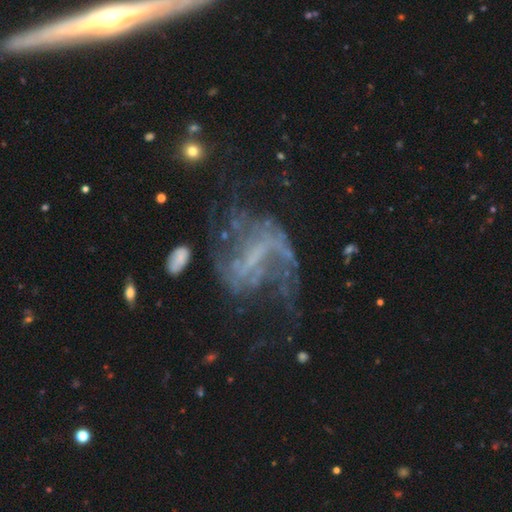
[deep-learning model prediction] Smooth or featured: featured or disk — 78% (star or artifact — 13%)
Edge-on disk: no — 97% (yes — 3%)
Bar: weak — 40% (strong — 35%)
Spiral arms: yes — 79% (no — 21%)
Spiral winding: loose — 62% (medium — 29%)
Spiral arm count: 2 — 53% (can't tell — 19%)
Bulge size: none — 59% (small — 27%)
Merging: major disturbance — 39% (none — 38%)